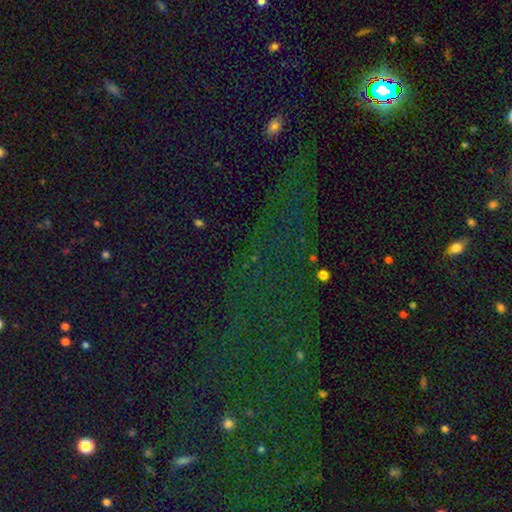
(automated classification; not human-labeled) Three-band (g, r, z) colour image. It shows a star or artifact, not a galaxy (77%).